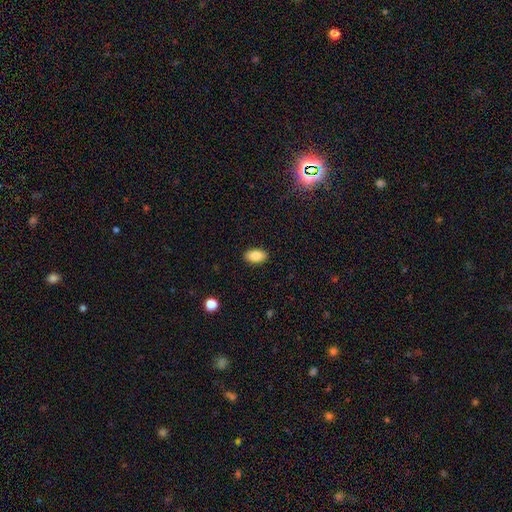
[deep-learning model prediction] Smooth or featured? Predicted: smooth (p=0.85). How rounded? Predicted: in between (p=0.93). Merging? Predicted: none (p=0.90).